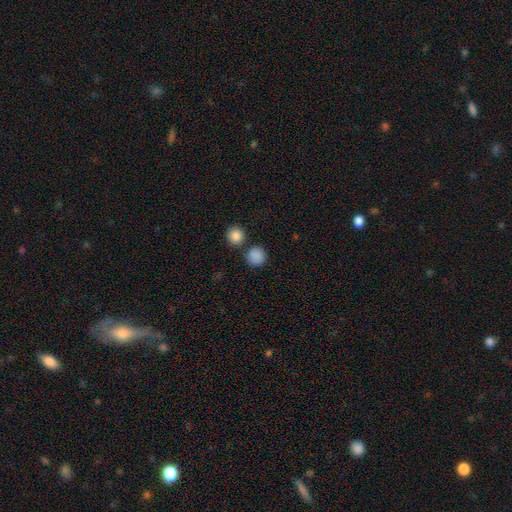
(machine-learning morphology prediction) smooth 87%, star or artifact 9%, featured or disk 4%. Down the decision tree: how rounded — round (92%); merging — none (76%).